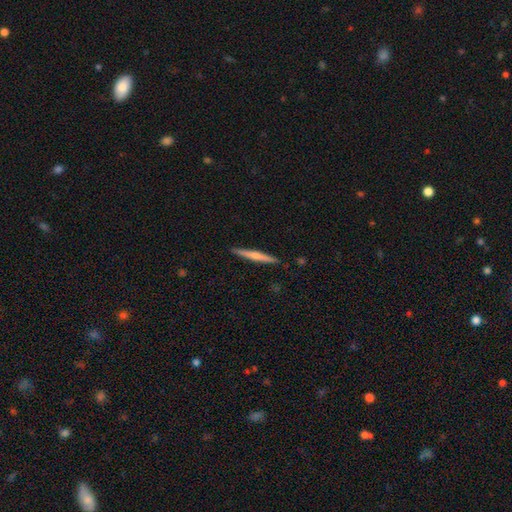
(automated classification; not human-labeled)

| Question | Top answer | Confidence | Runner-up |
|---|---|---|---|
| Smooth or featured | smooth | 48% | featured or disk (46%) |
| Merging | none | 90% | minor disturbance (7%) |